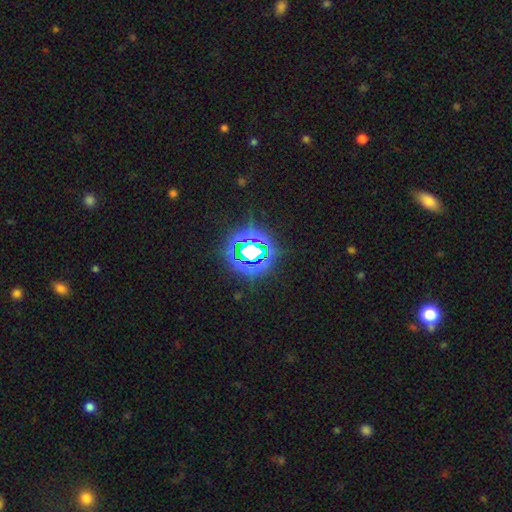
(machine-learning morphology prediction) Q: Smooth or featured?
A: star or artifact (75%); runner-up: smooth (14%)